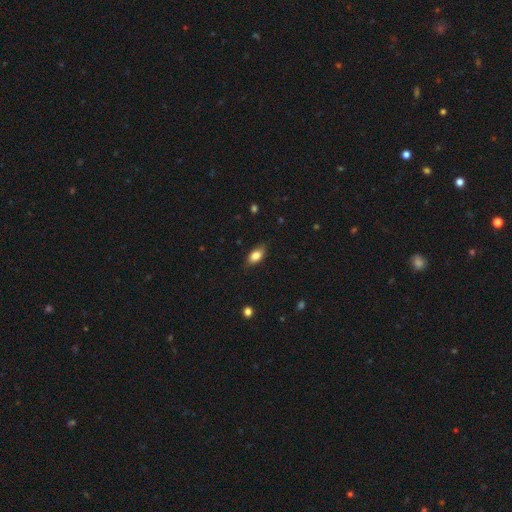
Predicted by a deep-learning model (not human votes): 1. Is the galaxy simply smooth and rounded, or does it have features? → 83% smooth, 10% featured or disk, 8% star or artifact.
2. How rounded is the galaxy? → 87% in between, 6% cigar-shaped, 6% round.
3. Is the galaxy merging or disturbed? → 80% none, 16% minor disturbance, 3% major disturbance, 1% merger.